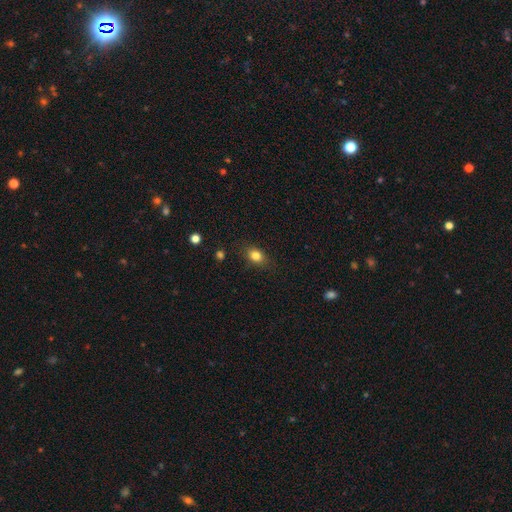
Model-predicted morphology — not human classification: A smooth galaxy with no disk features (82%) that is in between round and cigar-shaped (66%).

Vote fractions:
- Smooth or featured? smooth: 82% / star or artifact: 11% / featured or disk: 8%
- How rounded? in between: 66% / round: 32% / cigar-shaped: 2%
- Merging? none: 82% / minor disturbance: 13% / major disturbance: 3% / merger: 1%